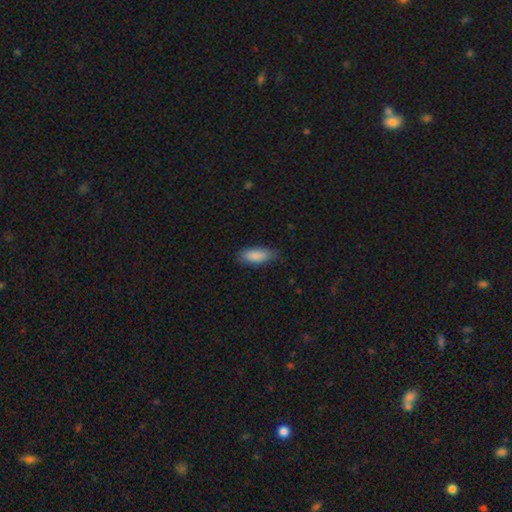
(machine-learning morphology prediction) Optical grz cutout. It shows a smooth galaxy with no disk features (88%) that is in between round and cigar-shaped (79%). Merging: none (74%).